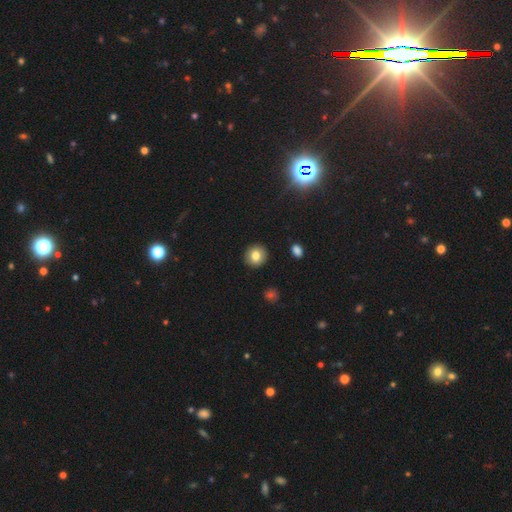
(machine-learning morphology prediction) Overall: smooth (80%). How rounded: round (88%). Merging: none (91%).